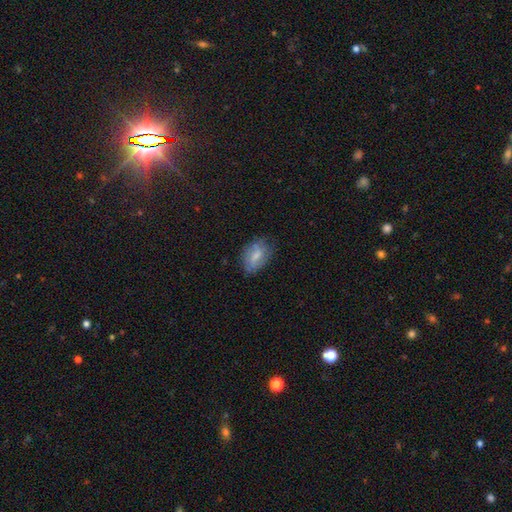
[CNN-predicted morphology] Overall: smooth (65%; featured or disk 28%). How rounded: in between (88%). Merging: none (62%; minor disturbance 28%).